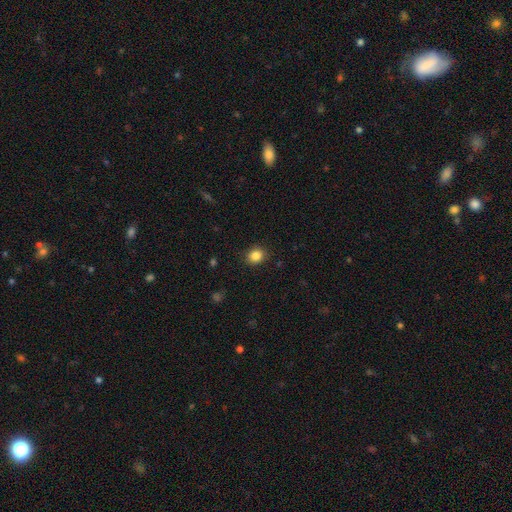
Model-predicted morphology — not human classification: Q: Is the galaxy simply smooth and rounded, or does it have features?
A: smooth — 85%.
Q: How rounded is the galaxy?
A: round — 72%.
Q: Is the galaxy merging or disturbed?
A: none — 89%.